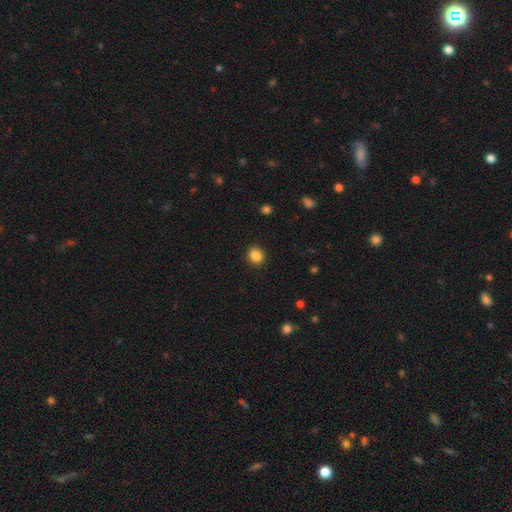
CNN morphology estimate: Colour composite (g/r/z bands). It shows a smooth galaxy with no disk features (86%) that is round (80%). Merging: none (91%).